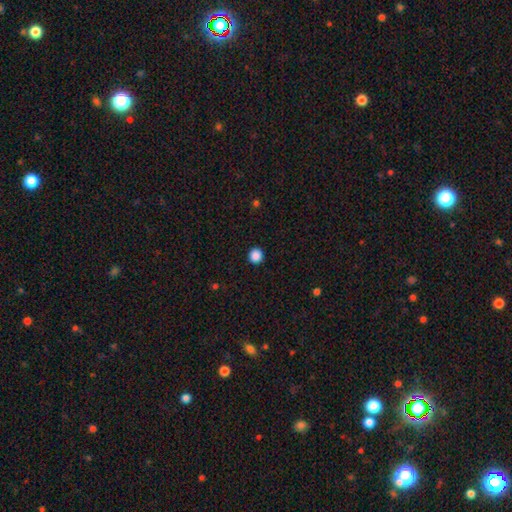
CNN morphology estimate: A smooth galaxy with no disk features (88%) that is round (95%).

Vote fractions:
- Smooth or featured? smooth: 88% / star or artifact: 10% / featured or disk: 2%
- How rounded? round: 95% / in between: 4% / cigar-shaped: 1%
- Merging? none: 94% / minor disturbance: 4% / major disturbance: 1% / merger: 1%